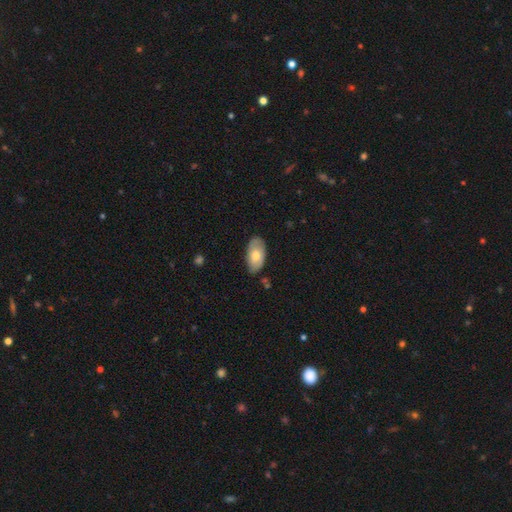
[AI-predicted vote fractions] Morphology: type=smooth (69%); roundness=in between (94%); merging=none (77%).